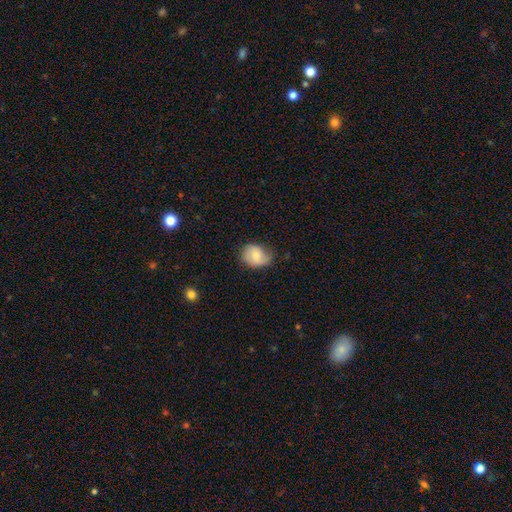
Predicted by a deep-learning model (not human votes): smooth 76%, featured or disk 17%, star or artifact 7%. Down the decision tree: how rounded — in between (50%); merging — none (62%).